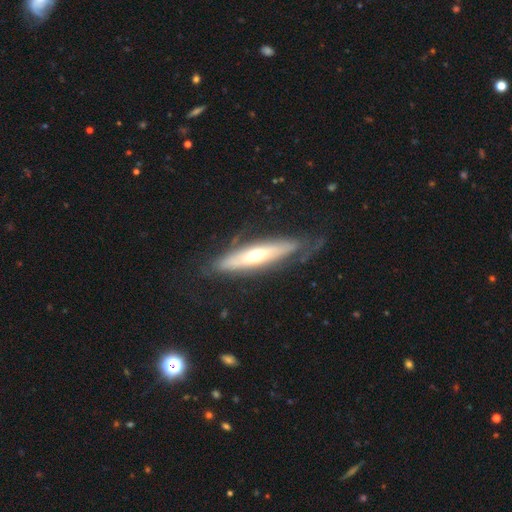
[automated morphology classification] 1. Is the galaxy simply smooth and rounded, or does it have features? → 65% featured or disk, 30% smooth, 5% star or artifact.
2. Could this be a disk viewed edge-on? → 65% yes, 35% no.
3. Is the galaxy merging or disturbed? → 63% none, 23% minor disturbance, 12% major disturbance, 2% merger.